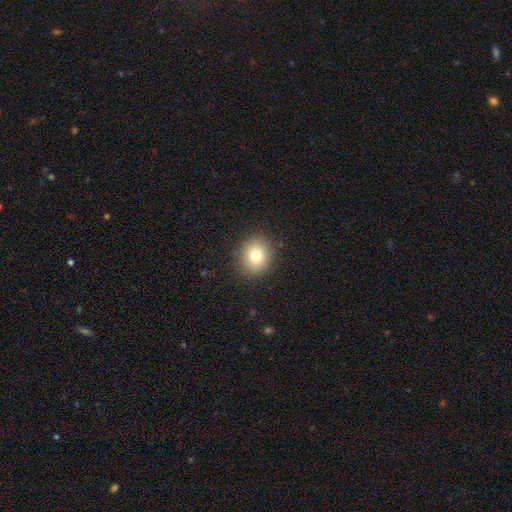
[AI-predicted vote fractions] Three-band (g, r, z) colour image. It shows a smooth galaxy with no disk features (78%) that is round (67%). Merging: none (88%).